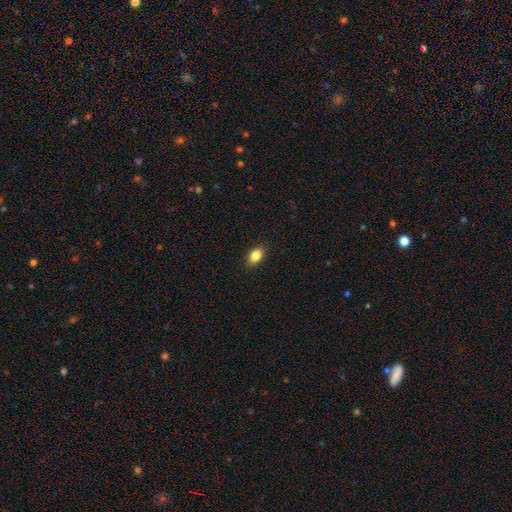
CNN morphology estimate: Smooth or featured? smooth (84%)
How rounded? in between (82%)
Merging? none (90%)